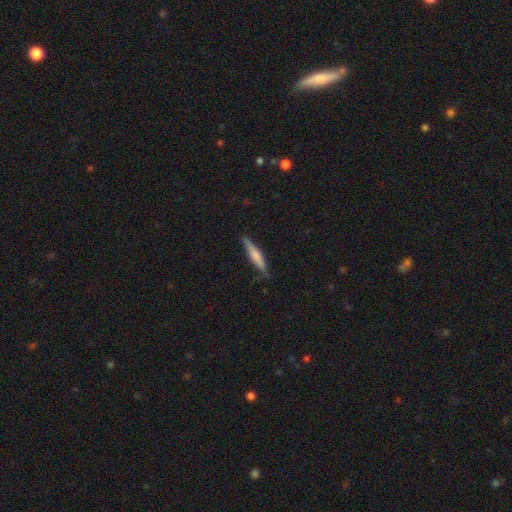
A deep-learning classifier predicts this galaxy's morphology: A smooth galaxy with no disk features (61%) that is cigar-shaped (89%).

Vote fractions:
- Smooth or featured? smooth: 61% / featured or disk: 34% / star or artifact: 6%
- How rounded? cigar-shaped: 89% / in between: 10% / round: 1%
- Merging? none: 79% / minor disturbance: 17% / major disturbance: 3% / merger: 2%